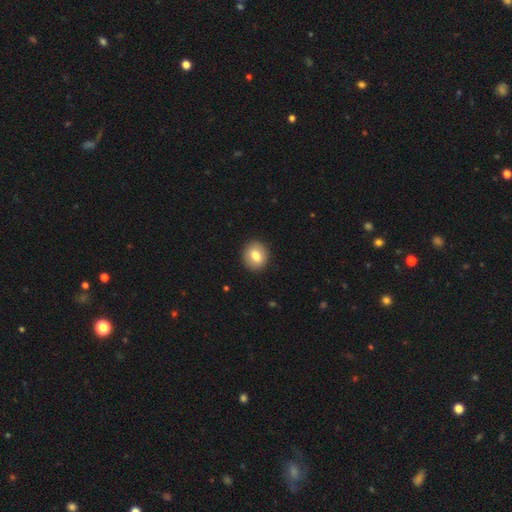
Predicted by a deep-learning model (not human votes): smooth_or_featured: smooth (p=0.78) [alt: featured or disk p=0.15]
how_rounded: round (p=0.71) [alt: in between p=0.28]
merging: none (p=0.91) [alt: minor disturbance p=0.06]